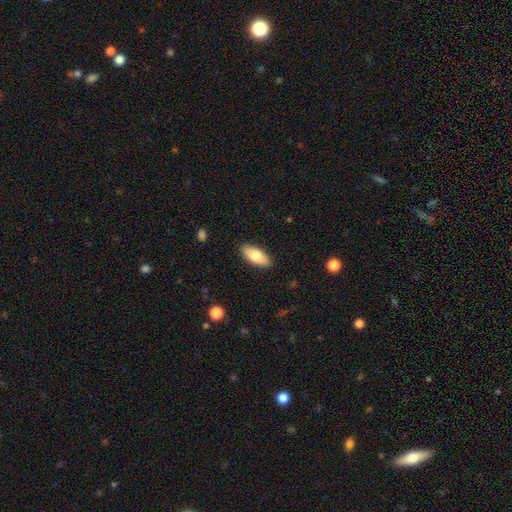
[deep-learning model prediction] Smooth or featured: smooth — 79% (featured or disk — 16%)
How rounded: in between — 85% (cigar-shaped — 13%)
Merging: none — 89% (minor disturbance — 8%)